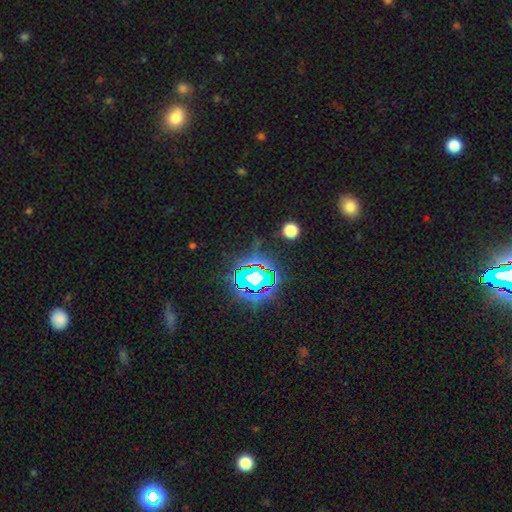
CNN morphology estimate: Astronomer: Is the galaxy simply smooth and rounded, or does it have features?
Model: star or artifact — 77%.